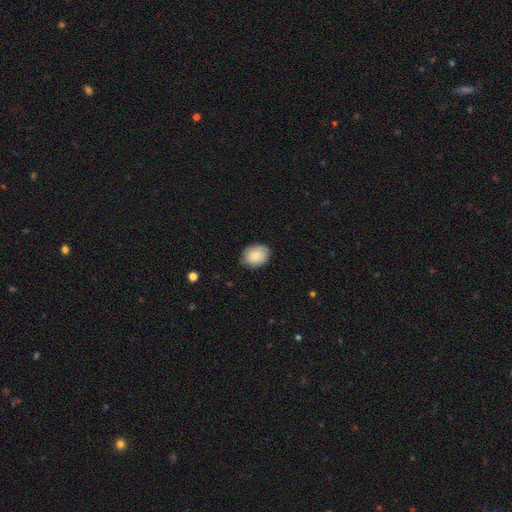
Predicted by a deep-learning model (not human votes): Q: Smooth or featured?
A: smooth (79%); runner-up: featured or disk (14%)
Q: How rounded?
A: in between (63%); runner-up: round (37%)
Q: Merging?
A: none (79%); runner-up: minor disturbance (17%)